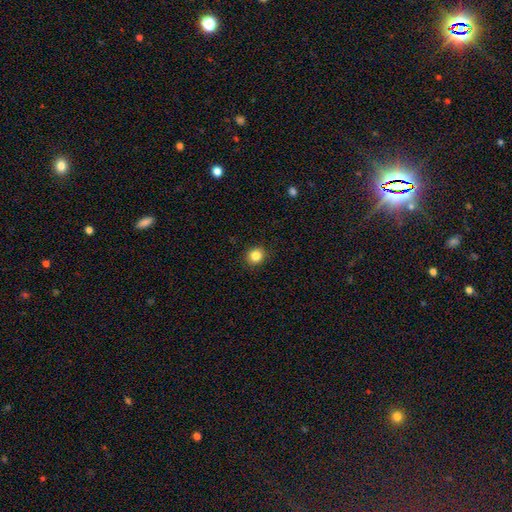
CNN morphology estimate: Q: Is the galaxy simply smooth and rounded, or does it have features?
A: smooth — 84%.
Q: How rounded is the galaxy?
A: round — 84%.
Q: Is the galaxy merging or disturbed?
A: none — 90%.